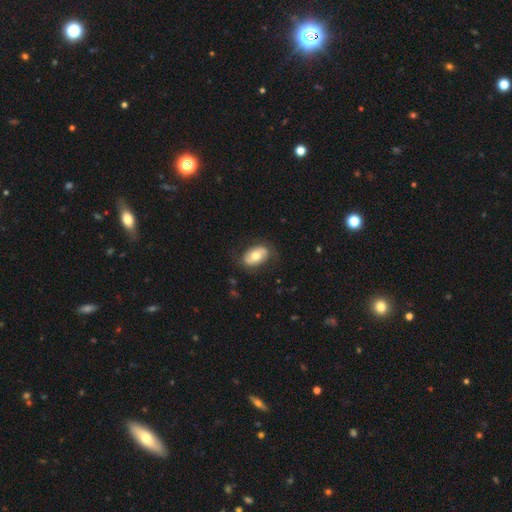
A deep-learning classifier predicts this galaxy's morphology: Q: Smooth or featured?
A: smooth (65%); runner-up: featured or disk (29%)
Q: How rounded?
A: in between (89%); runner-up: round (9%)
Q: Merging?
A: none (77%); runner-up: minor disturbance (16%)